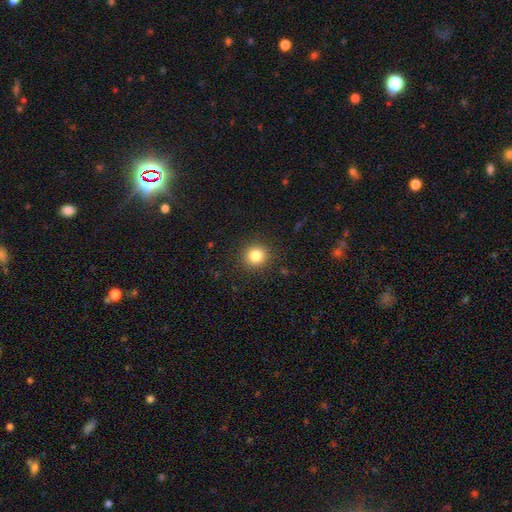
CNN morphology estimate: Smooth or featured? smooth (83%)
How rounded? round (91%)
Merging? none (90%)